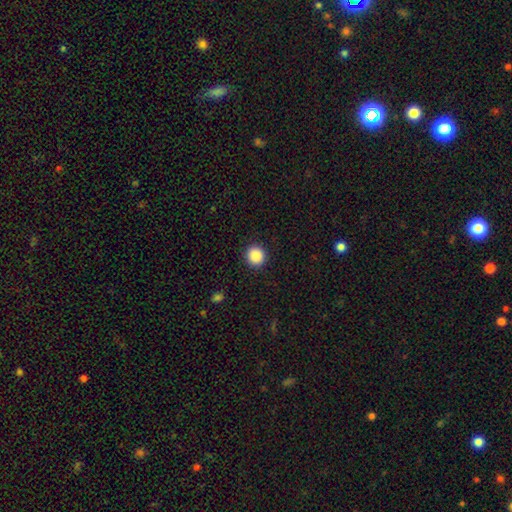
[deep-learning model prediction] smooth_or_featured: smooth (p=0.89) [alt: star or artifact p=0.09]
how_rounded: round (p=0.92) [alt: in between p=0.07]
merging: none (p=0.92) [alt: minor disturbance p=0.05]